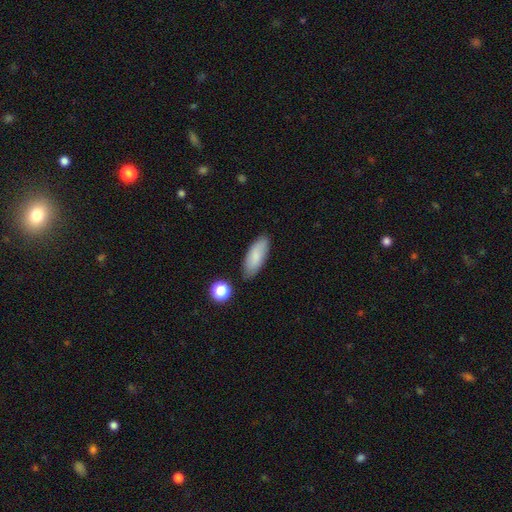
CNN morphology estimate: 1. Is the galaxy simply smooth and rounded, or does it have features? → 82% smooth, 11% featured or disk, 7% star or artifact.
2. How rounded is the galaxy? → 76% in between, 22% cigar-shaped, 2% round.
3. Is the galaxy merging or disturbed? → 83% none, 12% minor disturbance, 3% merger, 3% major disturbance.